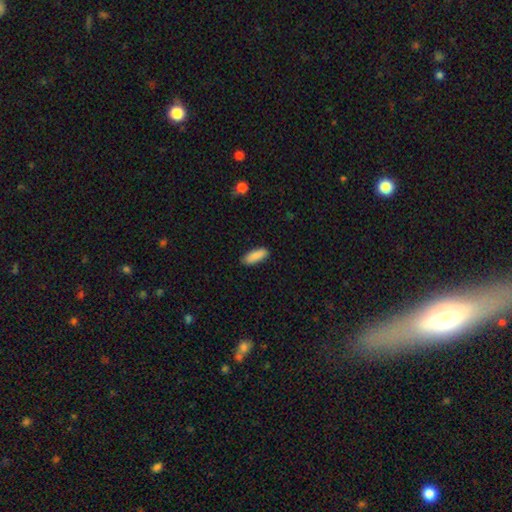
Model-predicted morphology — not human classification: smooth-or-featured: smooth: 87% | featured or disk: 7% | star or artifact: 6%
  how-rounded: in between: 71% | cigar-shaped: 28% | round: 2%
  merging: none: 86% | minor disturbance: 11% | major disturbance: 2% | merger: 1%